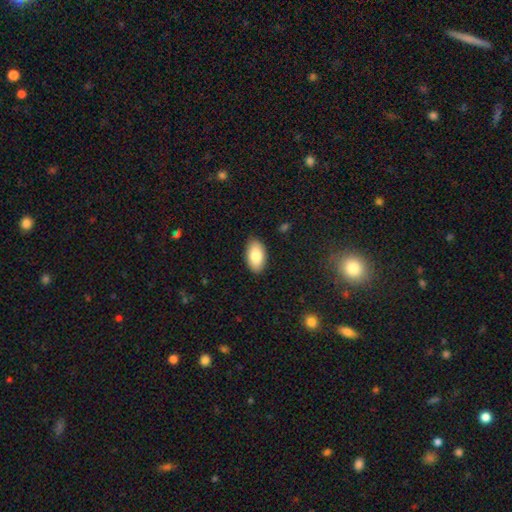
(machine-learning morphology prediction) The model was most divided on "smooth or featured": smooth: 83%, featured or disk: 10%, star or artifact: 7%. More confident: how rounded — in between (94%); merging — none (87%).